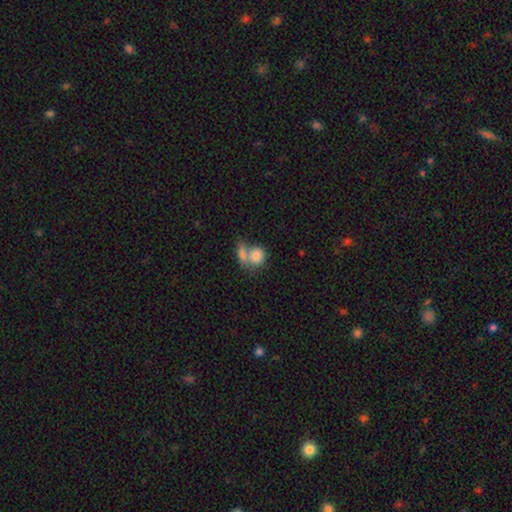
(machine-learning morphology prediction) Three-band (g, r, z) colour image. It shows a smooth galaxy with no disk features (81%) that is round (62%). Merging: merger (56%).